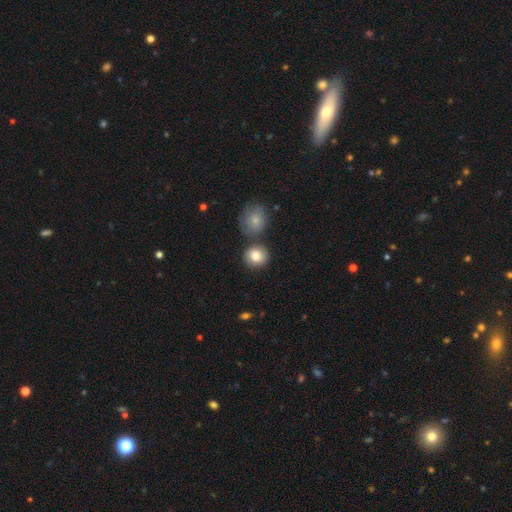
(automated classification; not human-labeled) smooth 82%, featured or disk 10%, star or artifact 8%. Down the decision tree: how rounded — round (83%); merging — none (72%).